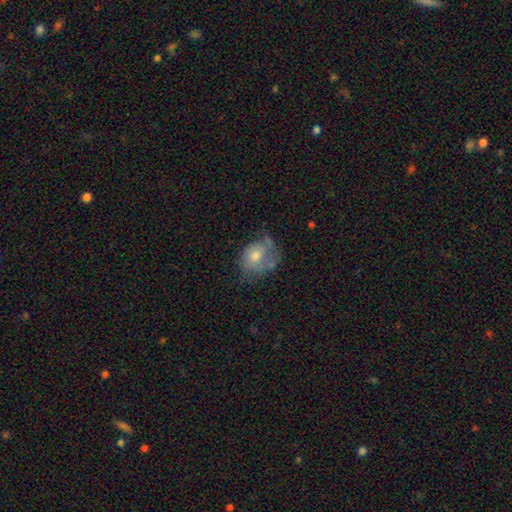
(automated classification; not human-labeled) smooth_or_featured: featured or disk (p=0.47) [alt: smooth p=0.43]
merging: none (p=0.40) [alt: minor disturbance p=0.29]